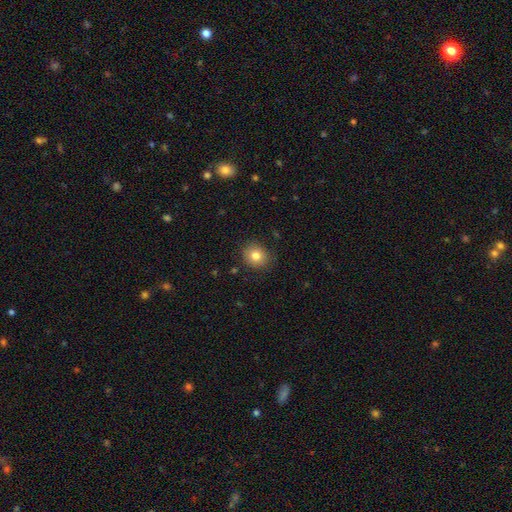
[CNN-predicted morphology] Q: Smooth or featured?
A: smooth (80%); runner-up: star or artifact (11%)
Q: How rounded?
A: round (80%); runner-up: in between (19%)
Q: Merging?
A: none (87%); runner-up: minor disturbance (9%)